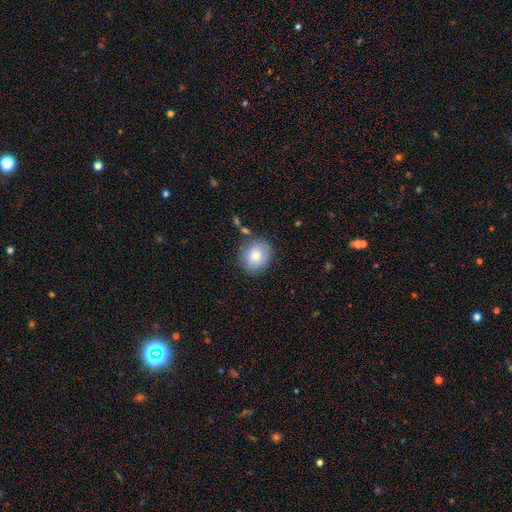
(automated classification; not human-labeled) Smooth or featured? Predicted: smooth (p=0.77). How rounded? Predicted: round (p=0.78). Merging? Predicted: none (p=0.78).